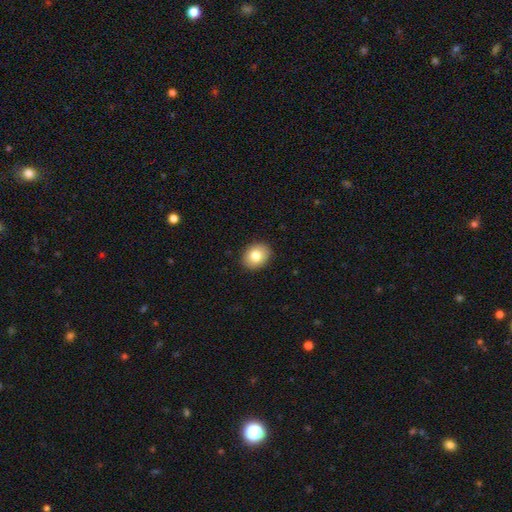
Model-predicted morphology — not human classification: Overall: smooth (81%). How rounded: round (50%; in between 49%). Merging: none (91%).